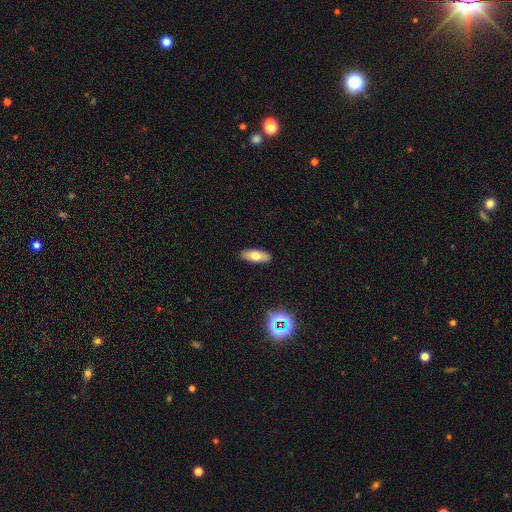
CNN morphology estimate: Smooth or featured? smooth (72%)
How rounded? in between (75%)
Merging? none (89%)